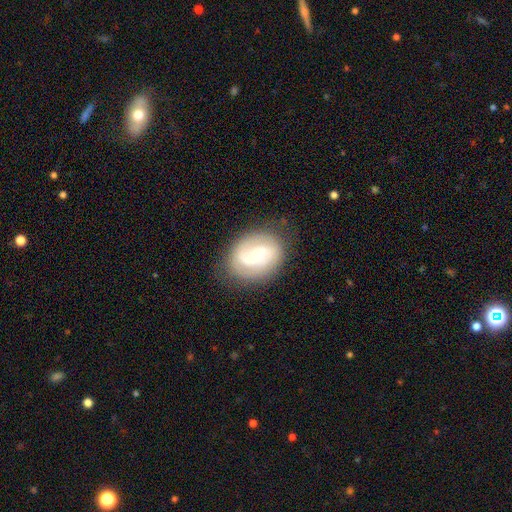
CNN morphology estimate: Smooth or featured: featured or disk — 74% (smooth — 19%)
Edge-on disk: no — 97% (yes — 3%)
Bar: weak — 50% (no — 31%)
Spiral arms: yes — 92% (no — 8%)
Spiral winding: medium — 45% (loose — 29%)
Spiral arm count: 2 — 82% (can't tell — 9%)
Bulge size: small — 64% (moderate — 27%)
Merging: none — 78% (minor disturbance — 15%)